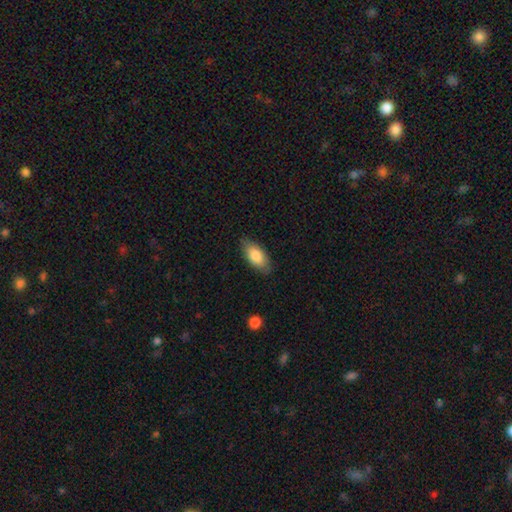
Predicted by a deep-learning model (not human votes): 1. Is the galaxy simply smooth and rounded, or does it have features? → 81% smooth, 13% featured or disk, 6% star or artifact.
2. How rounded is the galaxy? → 90% in between, 8% cigar-shaped, 3% round.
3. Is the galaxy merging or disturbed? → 83% none, 14% minor disturbance, 3% major disturbance, 1% merger.